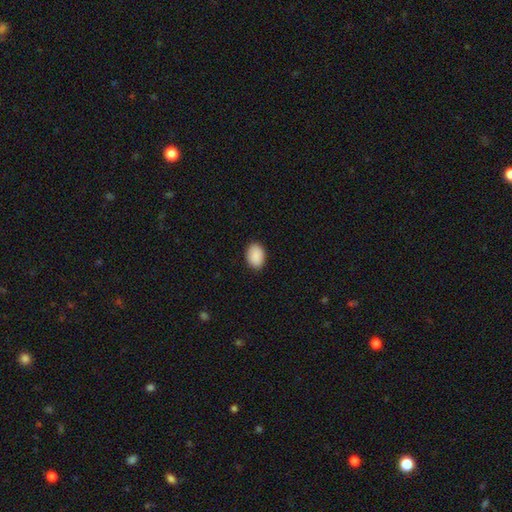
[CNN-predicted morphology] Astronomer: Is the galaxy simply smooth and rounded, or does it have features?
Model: smooth — 91%.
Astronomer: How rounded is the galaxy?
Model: in between — 81%.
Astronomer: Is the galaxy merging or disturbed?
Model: none — 88%.